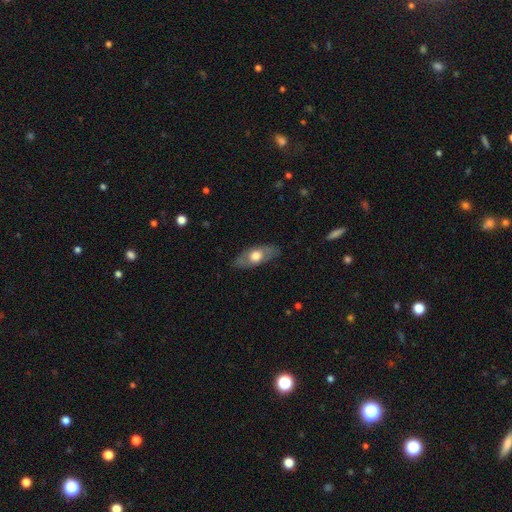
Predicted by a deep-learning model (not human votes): Q: Smooth or featured?
A: smooth (52%); runner-up: featured or disk (43%)
Q: How rounded?
A: in between (80%); runner-up: cigar-shaped (13%)
Q: Merging?
A: none (80%); runner-up: minor disturbance (15%)